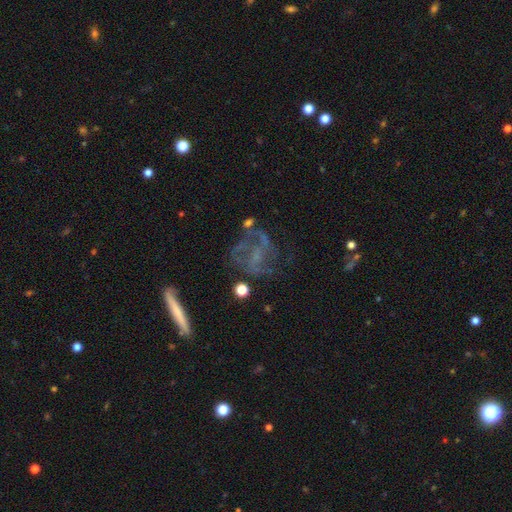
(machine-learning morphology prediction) featured or disk 66%, smooth 17%, star or artifact 17%. Down the decision tree: edge-on disk — no (95%); bar — no (66%); spiral arms — yes (57%); bulge size — none (60%); merging — none (50%).